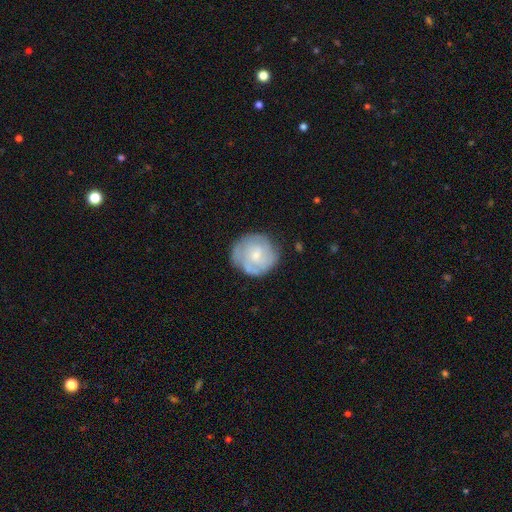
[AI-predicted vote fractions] This is possibly a featured or disk galaxy (53%). It is clearly not viewed edge-on (98%). Bar: likely no (67%). Spiral arm pattern: likely yes (70%). Central bulge: possibly small (52%). Merging: likely none (73%).